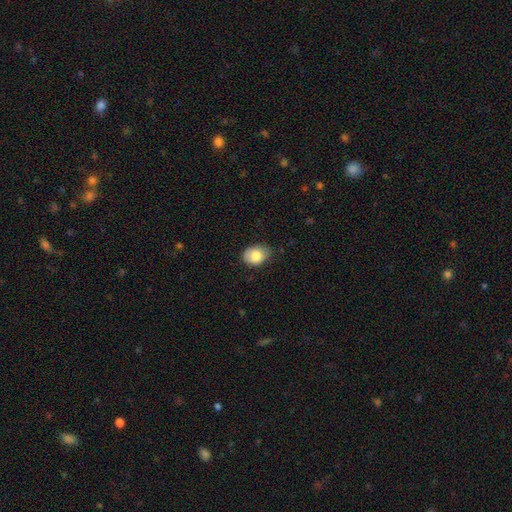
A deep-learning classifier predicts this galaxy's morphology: smooth-or-featured: smooth: 83% | featured or disk: 10% | star or artifact: 8%
  how-rounded: in between: 71% | round: 29% | cigar-shaped: 1%
  merging: none: 64% | minor disturbance: 30% | major disturbance: 5% | merger: 1%